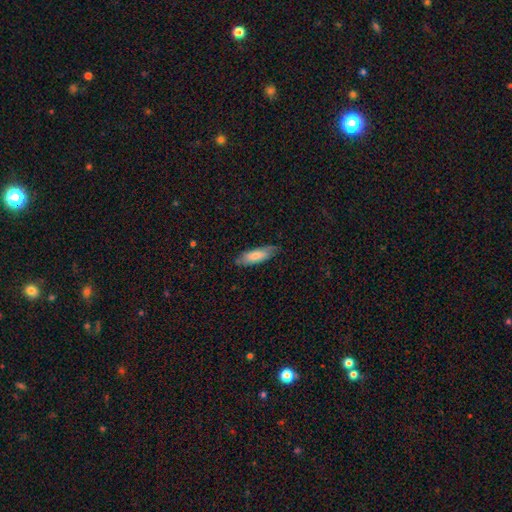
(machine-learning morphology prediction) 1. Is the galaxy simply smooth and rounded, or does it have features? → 74% smooth, 20% featured or disk, 6% star or artifact.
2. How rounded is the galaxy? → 54% in between, 44% cigar-shaped, 1% round.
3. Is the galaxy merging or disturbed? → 71% none, 23% minor disturbance, 5% major disturbance, 1% merger.